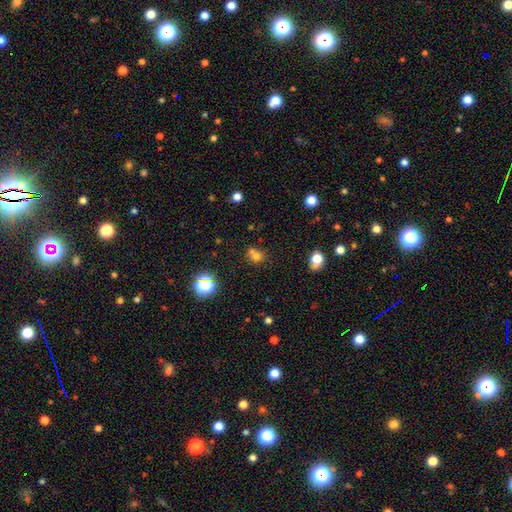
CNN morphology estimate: Q: Smooth or featured?
A: smooth (68%); runner-up: star or artifact (20%)
Q: How rounded?
A: round (69%); runner-up: in between (30%)
Q: Merging?
A: none (43%); runner-up: merger (40%)